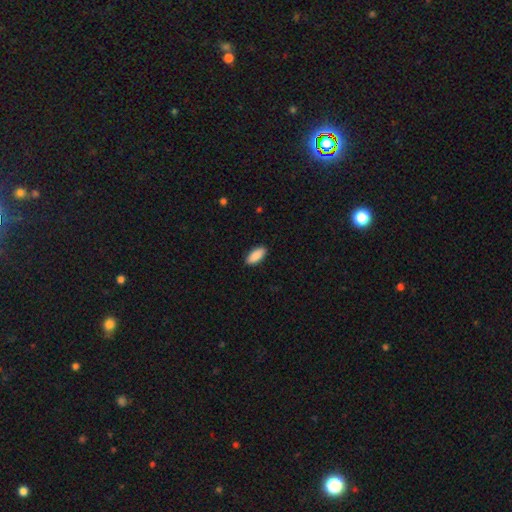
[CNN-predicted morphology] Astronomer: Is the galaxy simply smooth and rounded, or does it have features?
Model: smooth — 90%.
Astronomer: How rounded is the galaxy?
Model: in between — 89%.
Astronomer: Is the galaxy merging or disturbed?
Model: none — 89%.